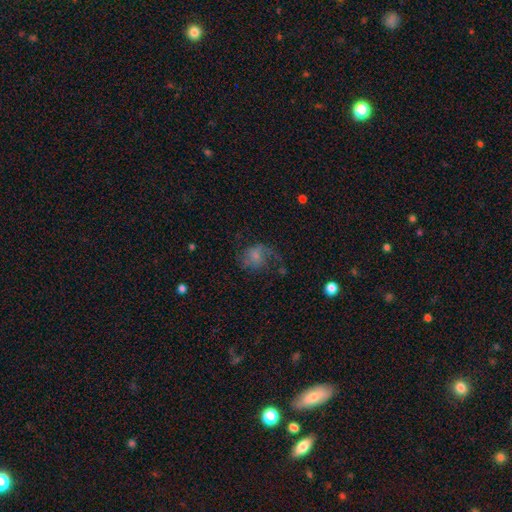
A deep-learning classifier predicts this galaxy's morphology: Smooth or featured? featured or disk (46%)
Merging? none (43%)